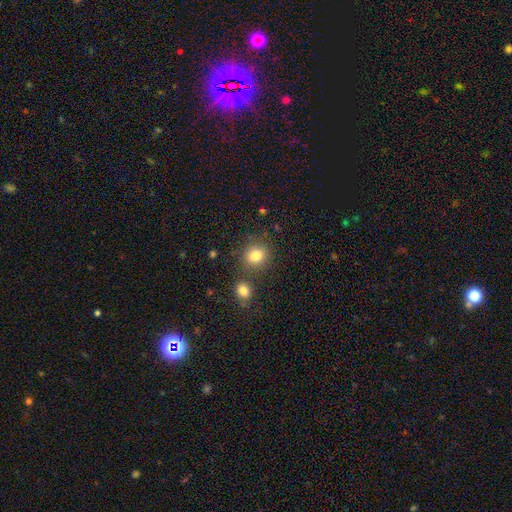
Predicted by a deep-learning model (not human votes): A smooth galaxy with no disk features (82%) that is round (79%).

Vote fractions:
- Smooth or featured? smooth: 82% / star or artifact: 12% / featured or disk: 7%
- How rounded? round: 79% / in between: 20% / cigar-shaped: 1%
- Merging? none: 77% / merger: 10% / minor disturbance: 10% / major disturbance: 3%